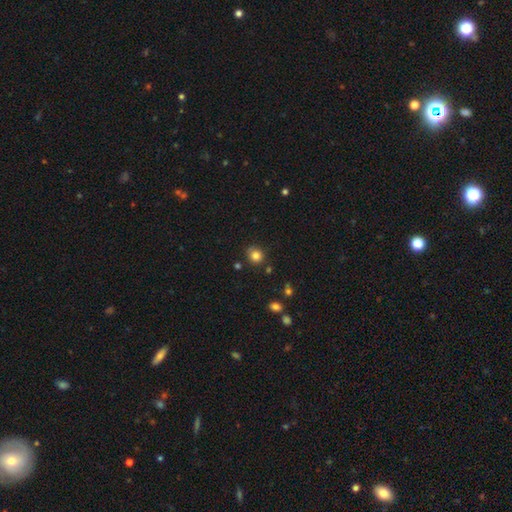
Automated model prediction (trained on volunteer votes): smooth 82%, star or artifact 12%, featured or disk 6%. Down the decision tree: how rounded — round (81%); merging — none (81%).